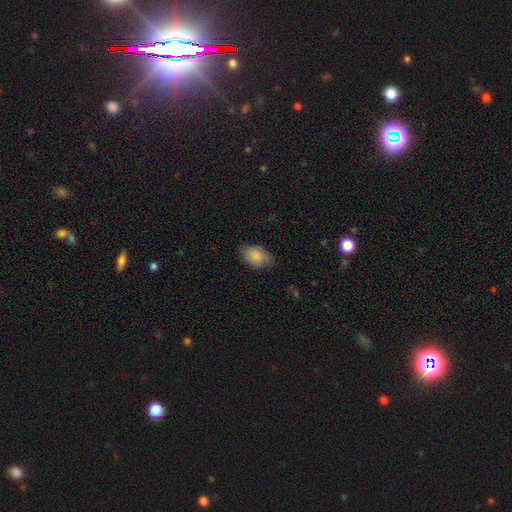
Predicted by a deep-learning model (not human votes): Smooth or featured: smooth — 86% (featured or disk — 8%)
How rounded: in between — 88% (round — 11%)
Merging: none — 71% (minor disturbance — 23%)